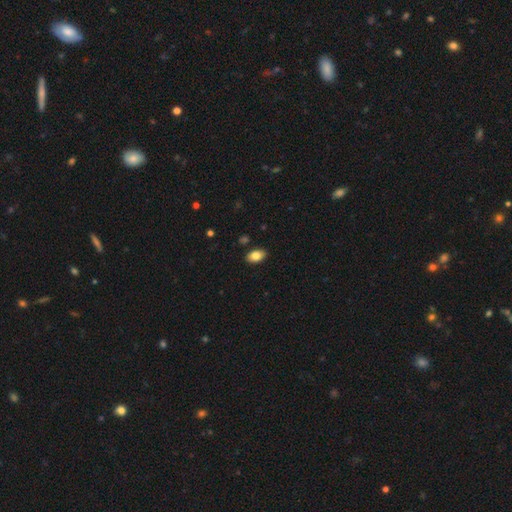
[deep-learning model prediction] A smooth galaxy with no disk features (83%) that is in between round and cigar-shaped (91%). Merging: none (88%).